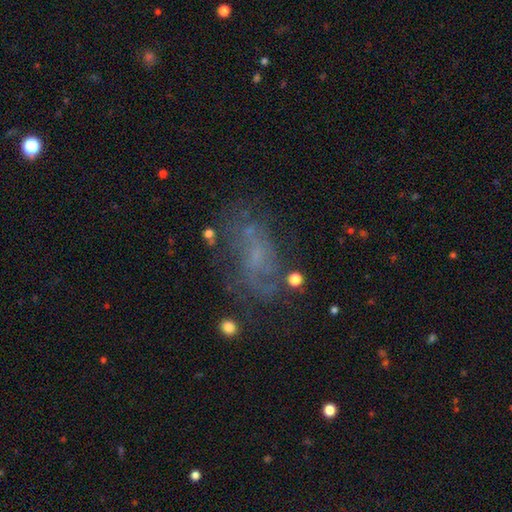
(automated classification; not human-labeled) Smooth or featured? Predicted: featured or disk (p=0.53). Edge-on disk? Predicted: no (p=0.95). Bar? Predicted: no (p=0.69). Spiral arms? Predicted: yes (p=0.59). Bulge size? Predicted: none (p=0.47). Merging? Predicted: none (p=0.55).